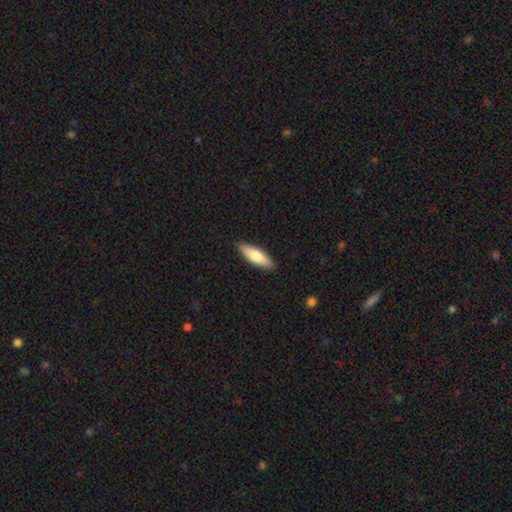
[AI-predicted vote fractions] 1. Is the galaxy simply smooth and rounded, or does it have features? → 73% smooth, 22% featured or disk, 5% star or artifact.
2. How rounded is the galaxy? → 50% cigar-shaped, 48% in between, 2% round.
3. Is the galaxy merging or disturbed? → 89% none, 8% minor disturbance, 2% major disturbance, 1% merger.